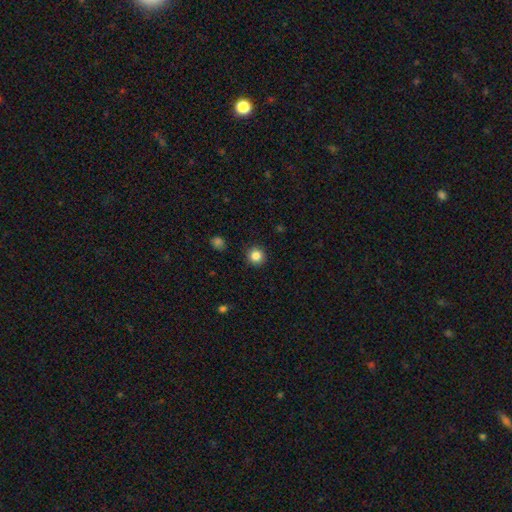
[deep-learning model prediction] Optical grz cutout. It shows a smooth galaxy with no disk features (84%) that is round (94%). Merging: none (92%).